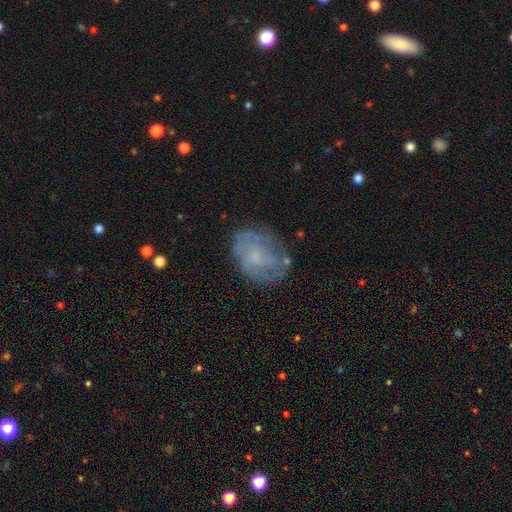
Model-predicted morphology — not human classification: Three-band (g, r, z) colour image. It shows a featured or disk galaxy (60%) with no bar (73%), spiral arms (68%) and a small central bulge (49%). Merging: none (66%).